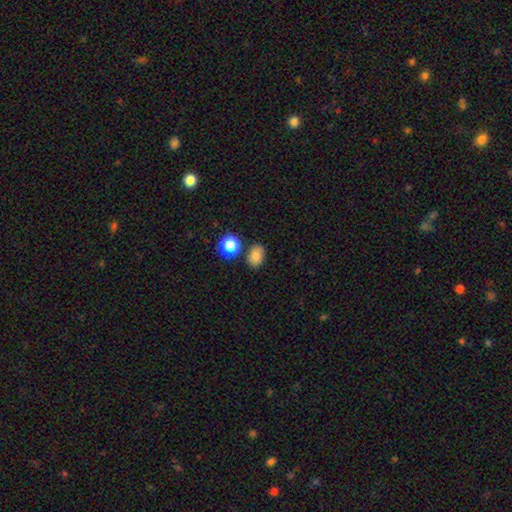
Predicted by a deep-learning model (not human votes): smooth 82%, star or artifact 12%, featured or disk 7%. Down the decision tree: how rounded — in between (72%); merging — none (78%).